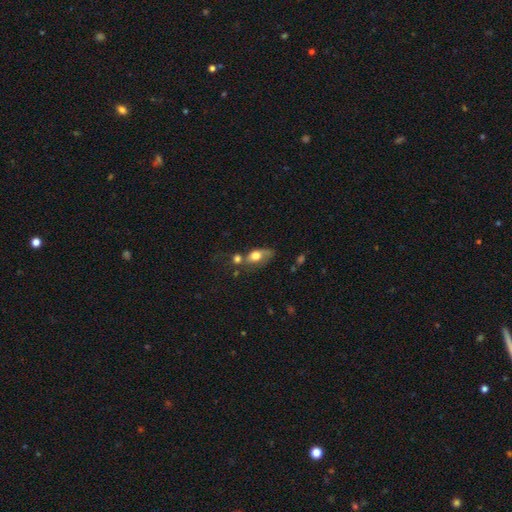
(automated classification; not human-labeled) A smooth galaxy with no disk features (69%) that is in between round and cigar-shaped (78%). Merging: merger (31%, tied with none).